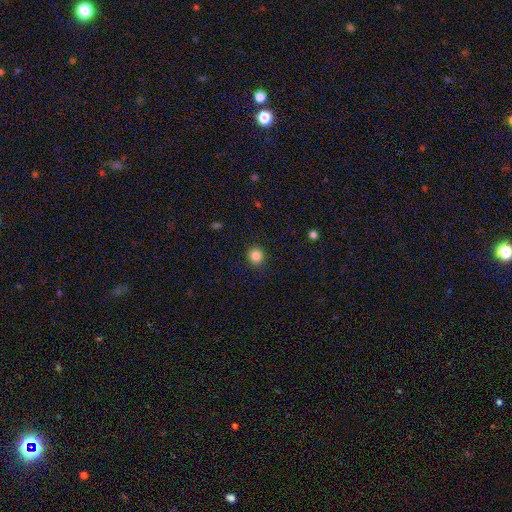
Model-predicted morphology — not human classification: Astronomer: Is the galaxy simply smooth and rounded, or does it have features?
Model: smooth — 85%.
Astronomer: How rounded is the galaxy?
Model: round — 88%.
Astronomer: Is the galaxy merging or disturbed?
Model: none — 90%.